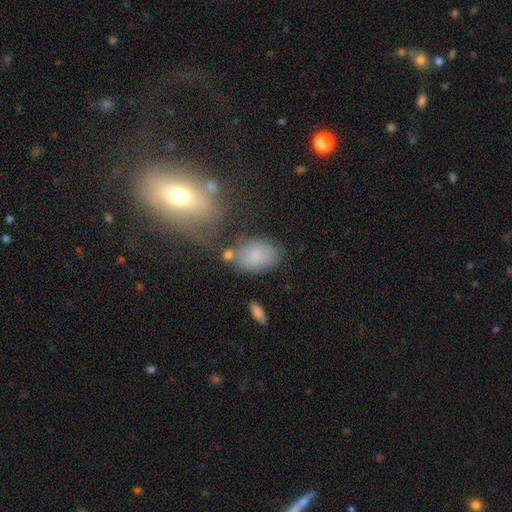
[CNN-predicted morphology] Smooth or featured: smooth — 76% (featured or disk — 14%)
How rounded: in between — 82% (round — 16%)
Merging: none — 63% (minor disturbance — 19%)